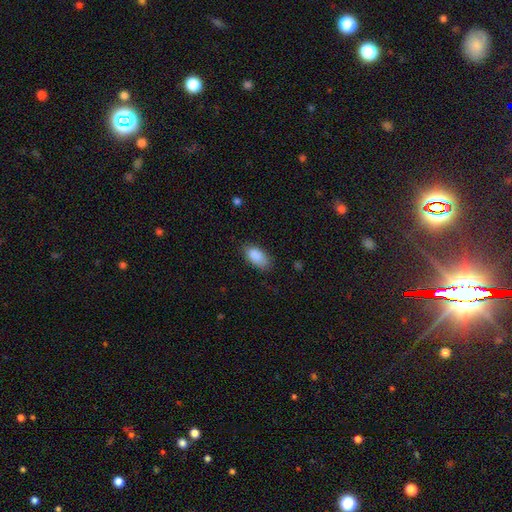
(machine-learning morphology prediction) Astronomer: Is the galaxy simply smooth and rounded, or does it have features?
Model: smooth — 89%.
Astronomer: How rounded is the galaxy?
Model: in between — 92%.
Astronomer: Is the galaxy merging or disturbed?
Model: none — 77%.